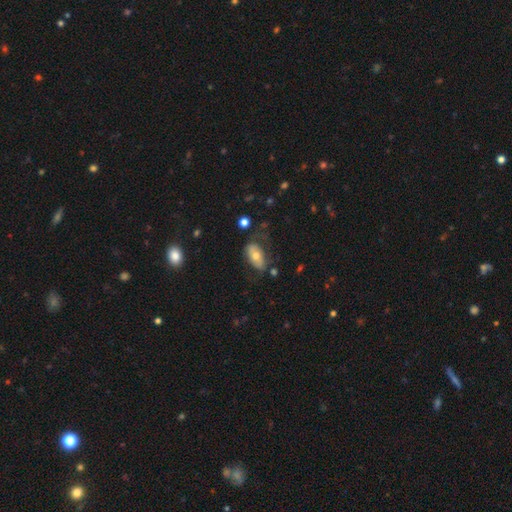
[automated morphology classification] This appears to be a smooth galaxy with no disk features (60%) that is in between round and cigar-shaped (90%). Merging: none (52%).